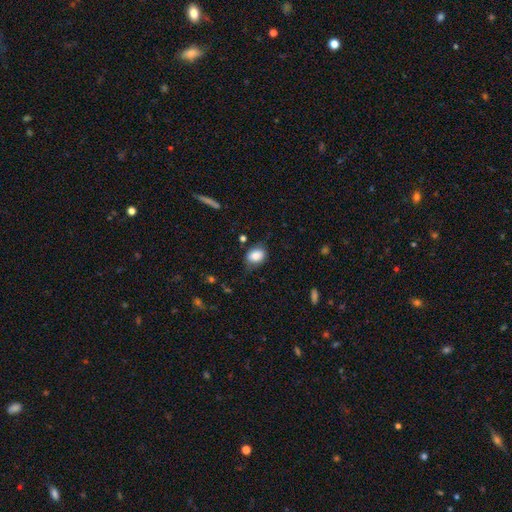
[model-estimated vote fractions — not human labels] smooth-or-featured: smooth: 84% | featured or disk: 8% | star or artifact: 8%
  how-rounded: in between: 67% | round: 32% | cigar-shaped: 1%
  merging: none: 67% | minor disturbance: 24% | major disturbance: 7% | merger: 2%